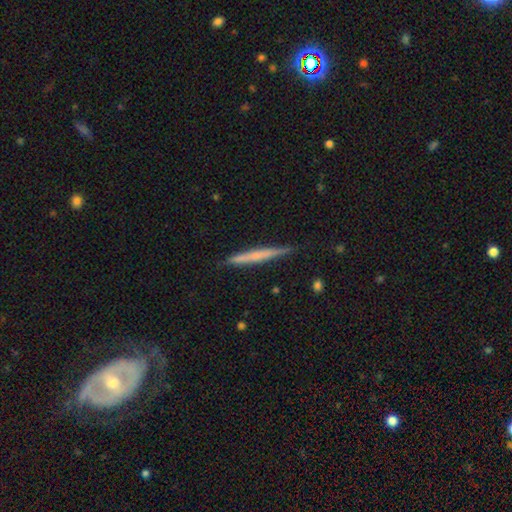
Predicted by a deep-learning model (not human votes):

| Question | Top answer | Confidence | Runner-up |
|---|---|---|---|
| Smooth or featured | smooth | 52% | featured or disk (42%) |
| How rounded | cigar-shaped | 97% | in between (2%) |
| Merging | none | 88% | minor disturbance (9%) |